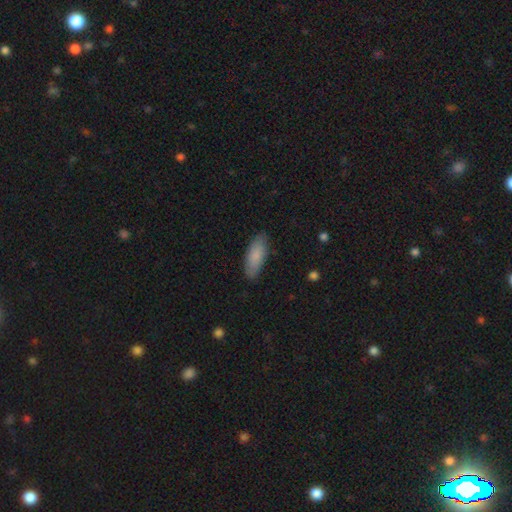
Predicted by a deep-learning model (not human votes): smooth-or-featured: smooth: 85% | featured or disk: 9% | star or artifact: 6%
  how-rounded: in between: 69% | cigar-shaped: 29% | round: 2%
  merging: none: 85% | minor disturbance: 12% | major disturbance: 2% | merger: 1%